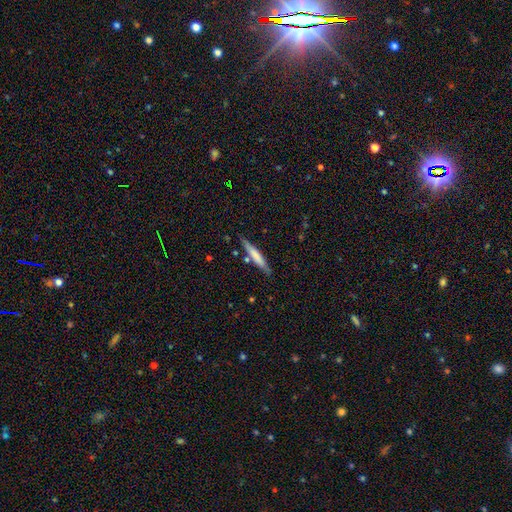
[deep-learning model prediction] This appears to be a smooth galaxy with no disk features (66%) that is cigar-shaped (93%). Merging: none (82%).